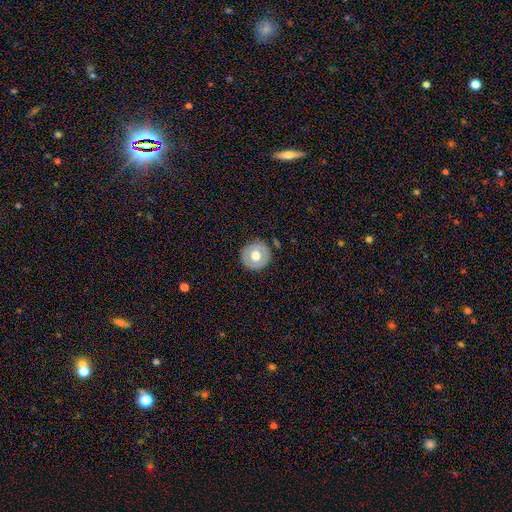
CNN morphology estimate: Smooth or featured?
  - smooth: 57% *
  - featured or disk: 36%
  - star or artifact: 7%
How rounded?
  - round: 92% *
  - in between: 7%
  - cigar-shaped: 1%
Merging?
  - none: 86% *
  - minor disturbance: 9%
  - major disturbance: 3%
  - merger: 2%